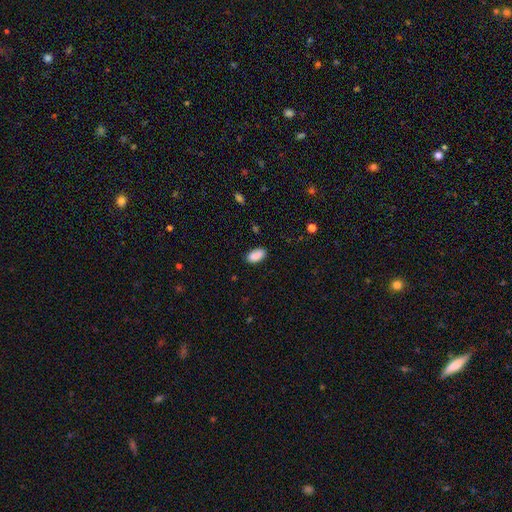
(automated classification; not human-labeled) smooth-or-featured: smooth: 89% | star or artifact: 7% | featured or disk: 3%
  how-rounded: in between: 93% | cigar-shaped: 4% | round: 3%
  merging: none: 85% | minor disturbance: 12% | major disturbance: 2% | merger: 1%